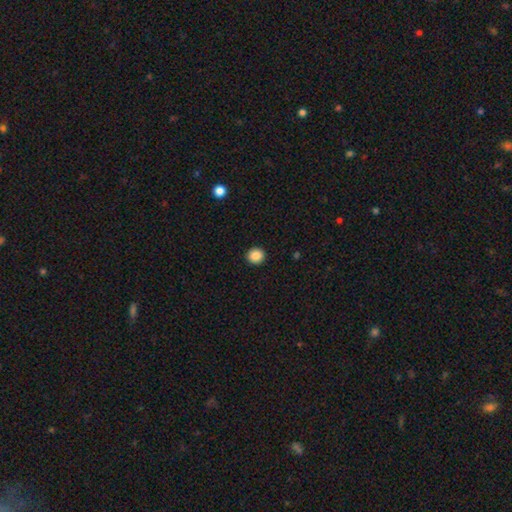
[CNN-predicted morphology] Smooth or featured?
  - smooth: 87% *
  - star or artifact: 10%
  - featured or disk: 3%
How rounded?
  - round: 92% *
  - in between: 7%
  - cigar-shaped: 1%
Merging?
  - none: 93% *
  - minor disturbance: 4%
  - major disturbance: 2%
  - merger: 1%